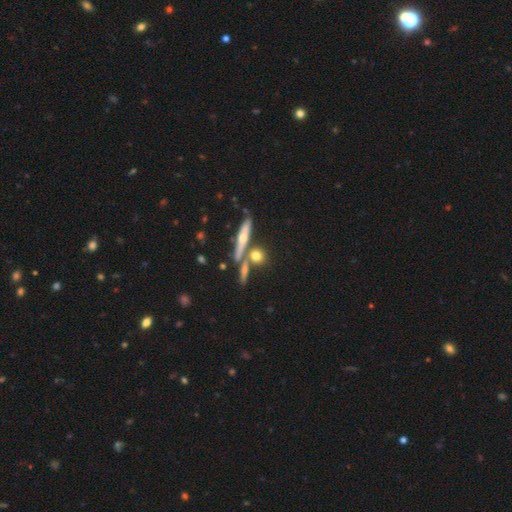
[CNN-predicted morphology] smooth 56%, featured or disk 32%, star or artifact 12%. Down the decision tree: how rounded — round (56%); merging — none (63%).